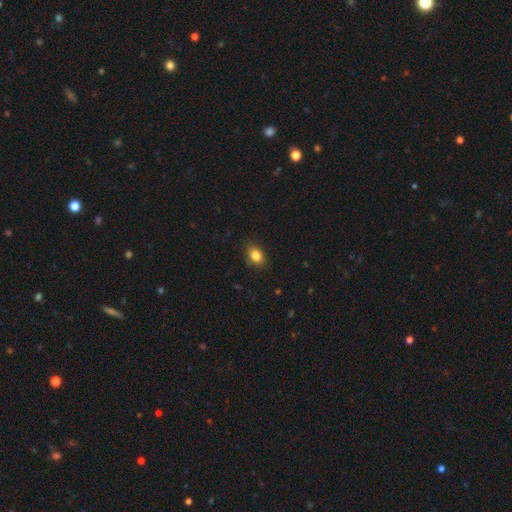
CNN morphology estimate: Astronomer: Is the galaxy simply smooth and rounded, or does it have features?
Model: smooth — 84%.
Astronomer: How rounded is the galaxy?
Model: in between — 70%.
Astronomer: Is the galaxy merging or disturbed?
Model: none — 84%.